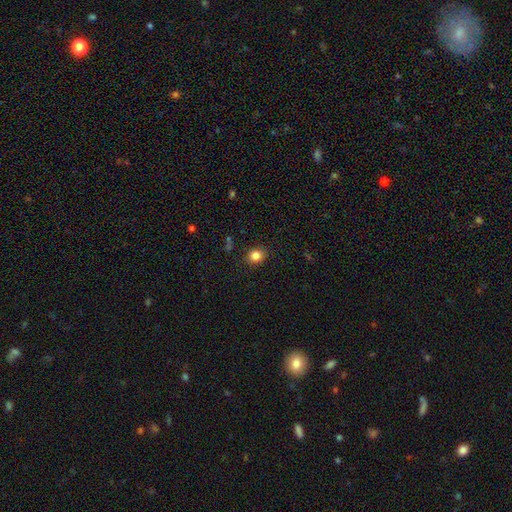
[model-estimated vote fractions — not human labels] A smooth galaxy with no disk features (83%) that is round (68%). Merging: none (89%).